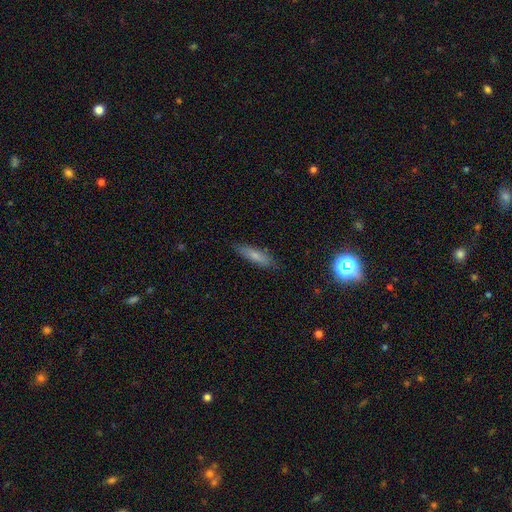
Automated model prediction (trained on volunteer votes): smooth 73%, featured or disk 18%, star or artifact 9%. Down the decision tree: how rounded — cigar-shaped (68%); merging — none (84%).